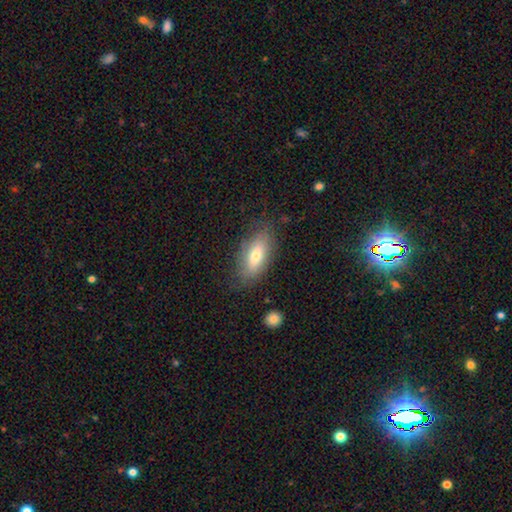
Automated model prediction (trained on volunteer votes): Smooth or featured? smooth (70%)
How rounded? in between (83%)
Merging? none (77%)